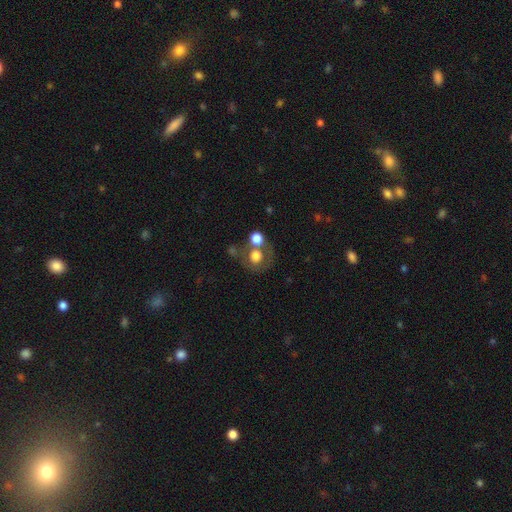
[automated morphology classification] smooth_or_featured: smooth (p=0.65) [alt: featured or disk p=0.24]
how_rounded: round (p=0.84) [alt: in between p=0.16]
merging: none (p=0.45) [alt: merger p=0.34]